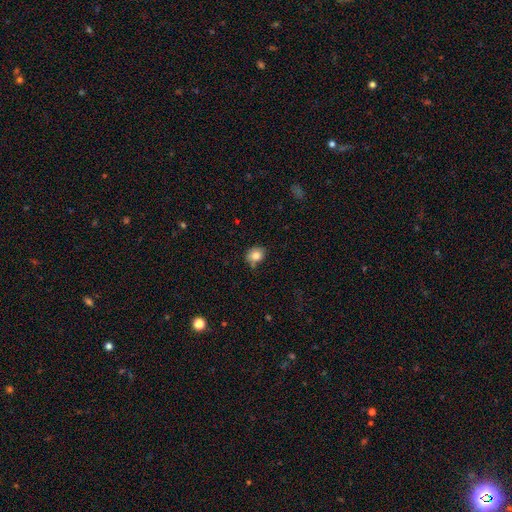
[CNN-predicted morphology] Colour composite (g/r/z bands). It shows a smooth galaxy with no disk features (83%) that is round (60%). Merging: none (68%).